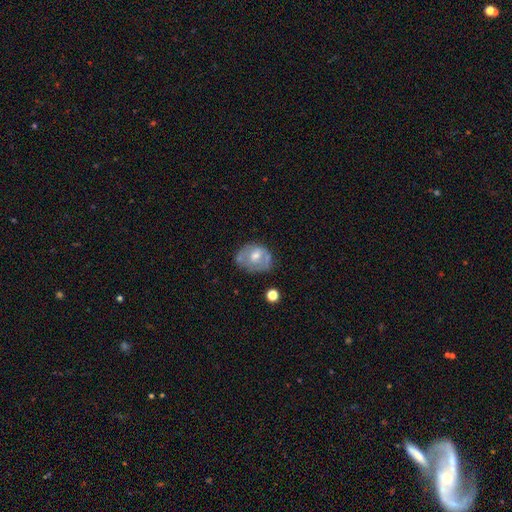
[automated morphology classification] This is possibly a featured or disk galaxy (52%). It is clearly not viewed edge-on (95%). Merging: possibly none (54%).